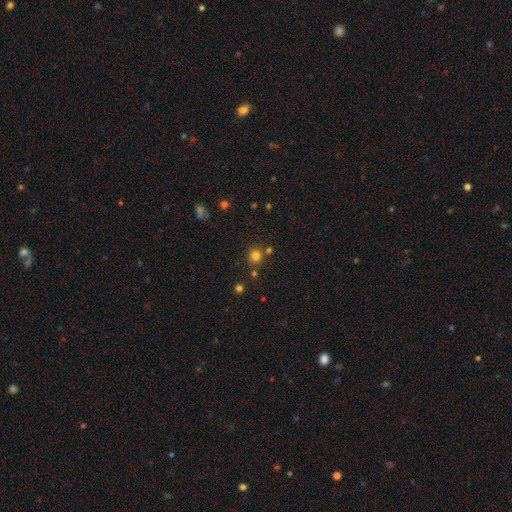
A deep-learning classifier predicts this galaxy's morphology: type=smooth (77%); roundness=round (89%); merging=none (76%).